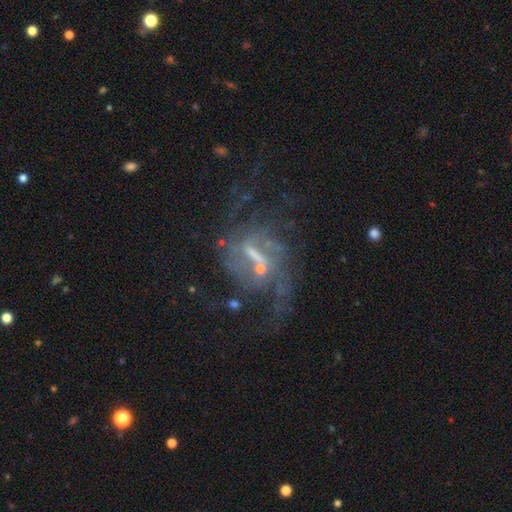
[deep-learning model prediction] A featured or disk galaxy (78%) with a weak bar (43%), 2 (42%) loose (49%) spiral arms (81%) and a small central bulge (47%). Merging: none (41%).